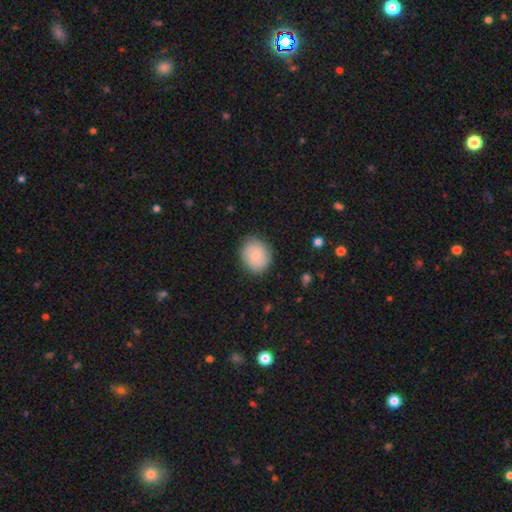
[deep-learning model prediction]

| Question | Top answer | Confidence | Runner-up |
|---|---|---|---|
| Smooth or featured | smooth | 73% | featured or disk (20%) |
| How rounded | round | 69% | in between (30%) |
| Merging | none | 81% | minor disturbance (14%) |